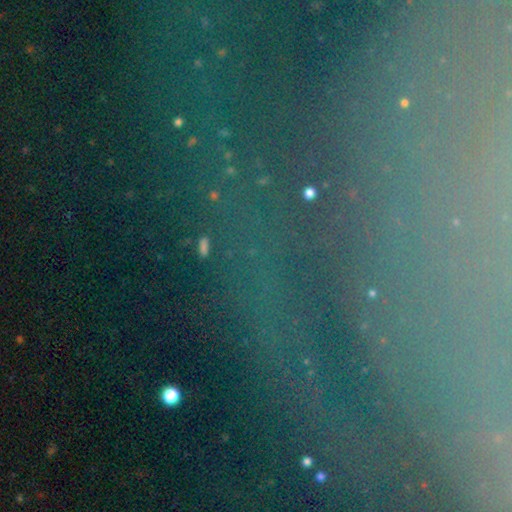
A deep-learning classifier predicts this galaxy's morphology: type=star or artifact (69%).